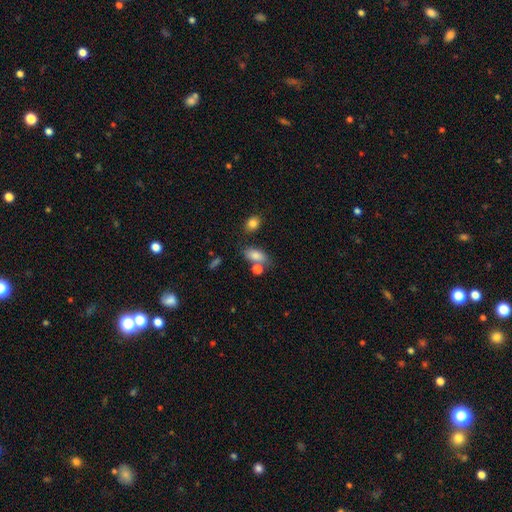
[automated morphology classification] Smooth or featured: smooth — 81% (star or artifact — 10%)
How rounded: in between — 87% (round — 9%)
Merging: none — 57% (merger — 21%)